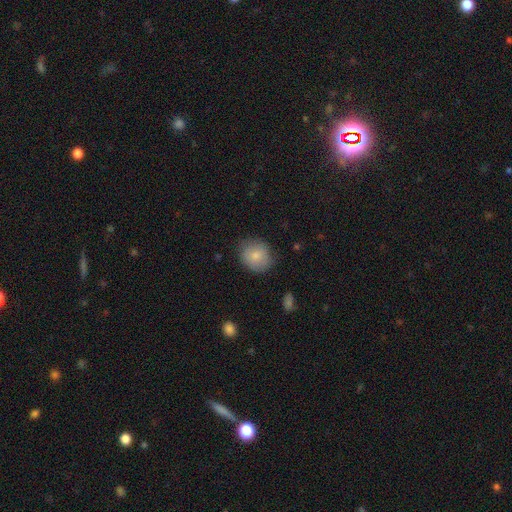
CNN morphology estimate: Overall: smooth (81%). How rounded: round (75%). Merging: none (78%).